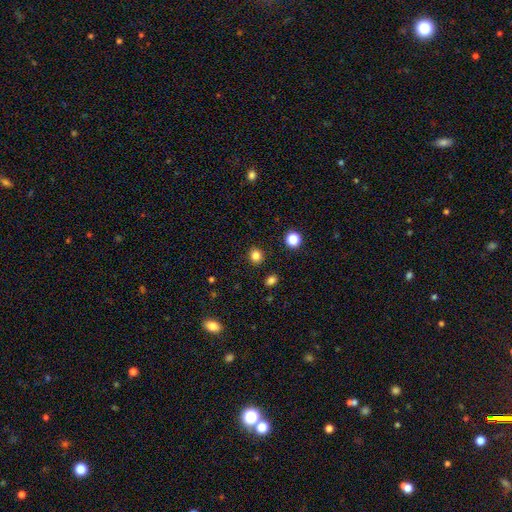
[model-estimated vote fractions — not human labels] smooth 83%, star or artifact 13%, featured or disk 4%. Down the decision tree: how rounded — round (86%); merging — none (91%).